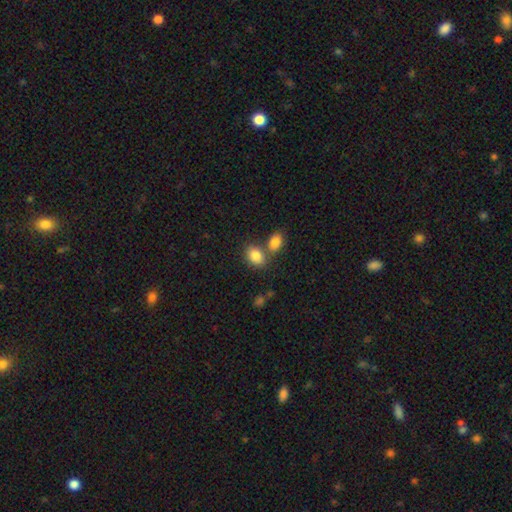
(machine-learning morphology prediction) Overall: smooth (85%). How rounded: in between (76%). Merging: none (49%; merger 38%).